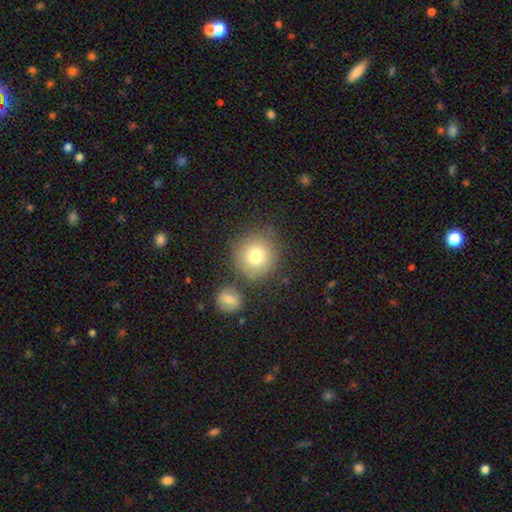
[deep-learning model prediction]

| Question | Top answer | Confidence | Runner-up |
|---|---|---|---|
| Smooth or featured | smooth | 78% | featured or disk (12%) |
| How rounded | round | 91% | in between (8%) |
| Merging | none | 74% | merger (12%) |